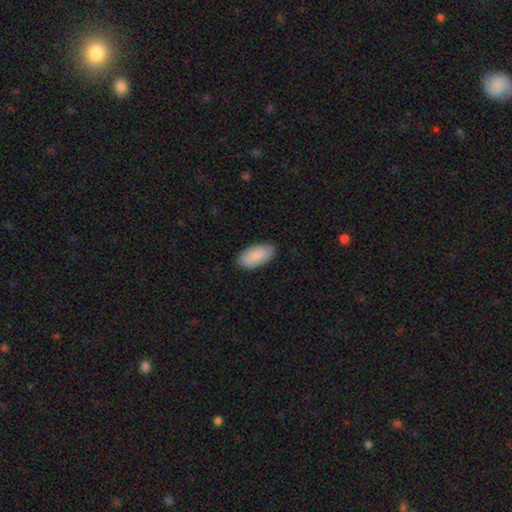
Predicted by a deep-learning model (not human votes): smooth 85%, featured or disk 9%, star or artifact 5%. Down the decision tree: how rounded — in between (95%); merging — none (84%).